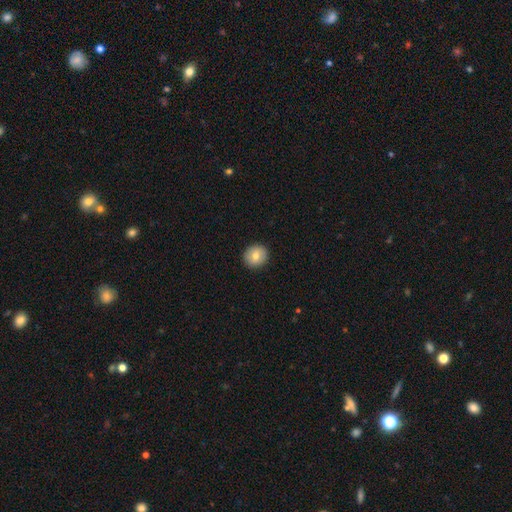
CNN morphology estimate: A smooth galaxy with no disk features (77%) that is round (79%).

Vote fractions:
- Smooth or featured? smooth: 77% / featured or disk: 15% / star or artifact: 8%
- How rounded? round: 79% / in between: 20% / cigar-shaped: 1%
- Merging? none: 92% / minor disturbance: 6% / major disturbance: 2% / merger: 1%